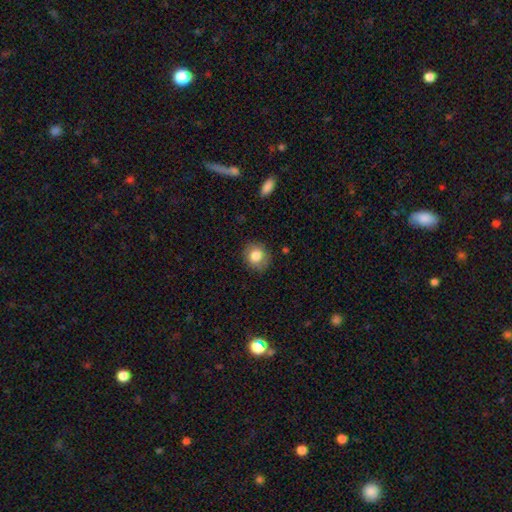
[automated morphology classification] The model was most divided on "how rounded": round: 77%, in between: 22%, cigar-shaped: 1%. More confident: merging — none (85%); smooth or featured — smooth (82%).